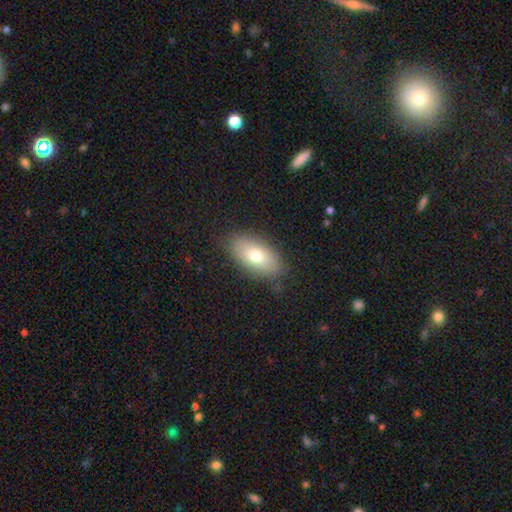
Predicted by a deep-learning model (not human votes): This is likely a smooth galaxy (73%). How rounded: clearly in between (90%). Merging: clearly none (85%).